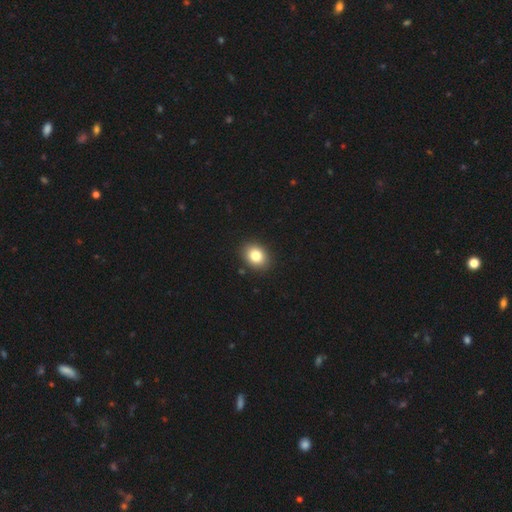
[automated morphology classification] A smooth galaxy with no disk features (82%) that is round (50%). Merging: none (90%).